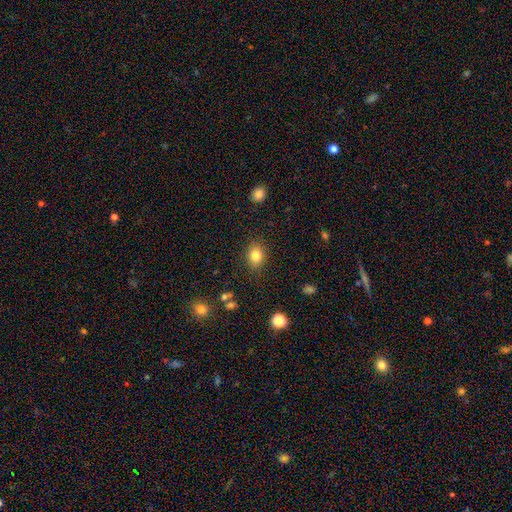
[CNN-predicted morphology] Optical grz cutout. It shows a smooth galaxy with no disk features (82%) that is in between round and cigar-shaped (54%). Merging: none (85%).